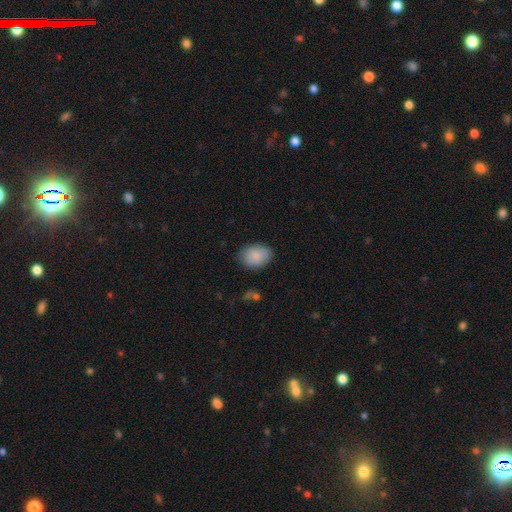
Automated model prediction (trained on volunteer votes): smooth_or_featured: smooth (p=0.86) [alt: featured or disk p=0.07]
how_rounded: in between (p=0.72) [alt: round p=0.27]
merging: none (p=0.81) [alt: minor disturbance p=0.15]